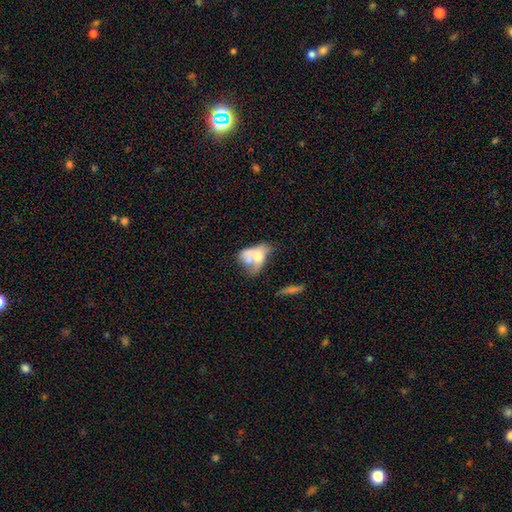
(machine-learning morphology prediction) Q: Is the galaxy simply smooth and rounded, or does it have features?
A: smooth — 54%.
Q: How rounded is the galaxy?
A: in between — 76%.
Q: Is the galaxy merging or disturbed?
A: merger — 52%.